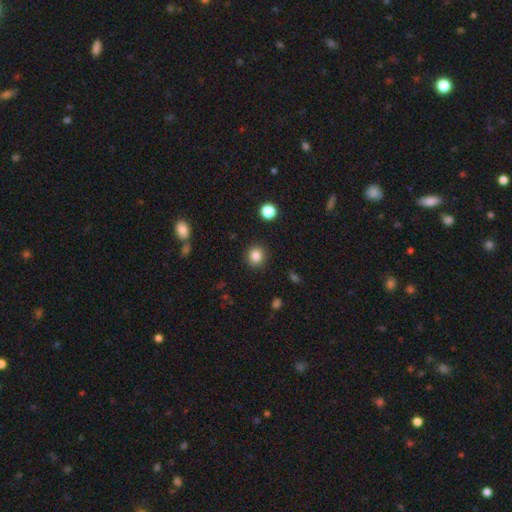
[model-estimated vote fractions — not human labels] A smooth galaxy with no disk features (84%) that is round (91%).

Vote fractions:
- Smooth or featured? smooth: 84% / star or artifact: 11% / featured or disk: 5%
- How rounded? round: 91% / in between: 9% / cigar-shaped: 1%
- Merging? none: 90% / minor disturbance: 6% / major disturbance: 2% / merger: 1%